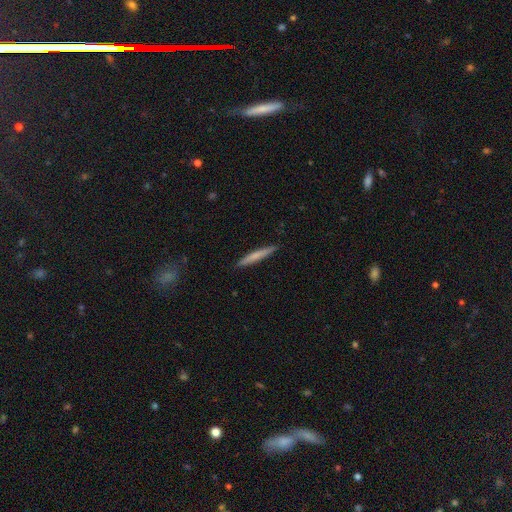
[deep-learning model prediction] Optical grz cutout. It shows a smooth galaxy with no disk features (65%) that is cigar-shaped (96%). Merging: none (91%).